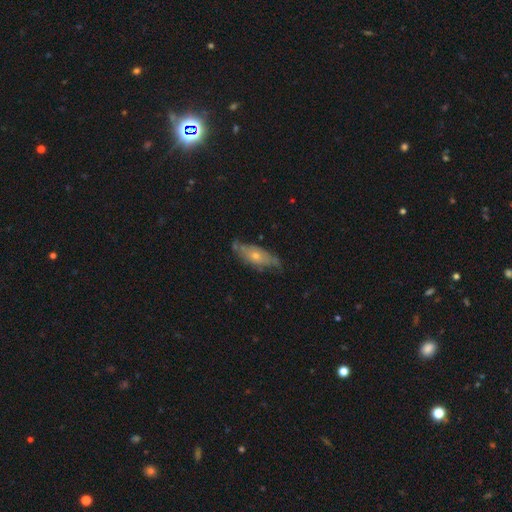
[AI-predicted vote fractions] Overall: featured or disk (60%; smooth 32%). Edge-on disk: no (70%; yes 30%). Merging: none (66%).